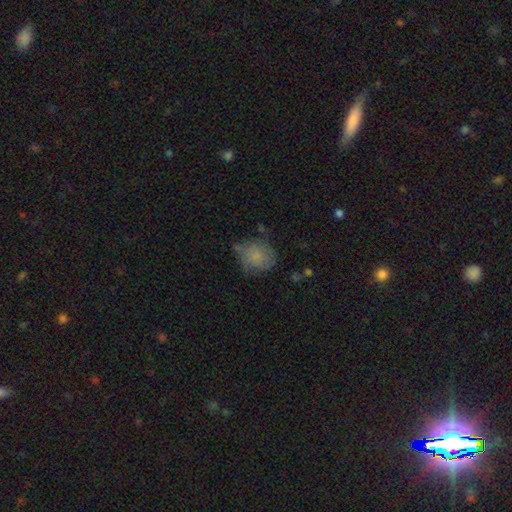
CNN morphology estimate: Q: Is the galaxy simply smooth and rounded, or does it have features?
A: smooth — 77%.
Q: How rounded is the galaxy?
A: round — 66%.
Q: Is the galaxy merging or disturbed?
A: none — 57%.